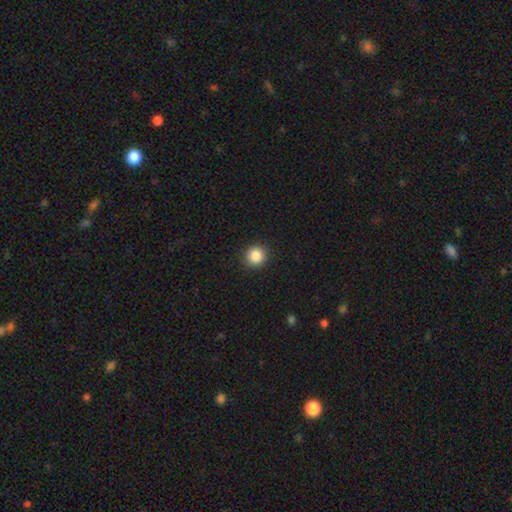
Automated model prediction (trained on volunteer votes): Q: Smooth or featured?
A: smooth (86%); runner-up: star or artifact (10%)
Q: How rounded?
A: round (92%); runner-up: in between (7%)
Q: Merging?
A: none (92%); runner-up: minor disturbance (5%)